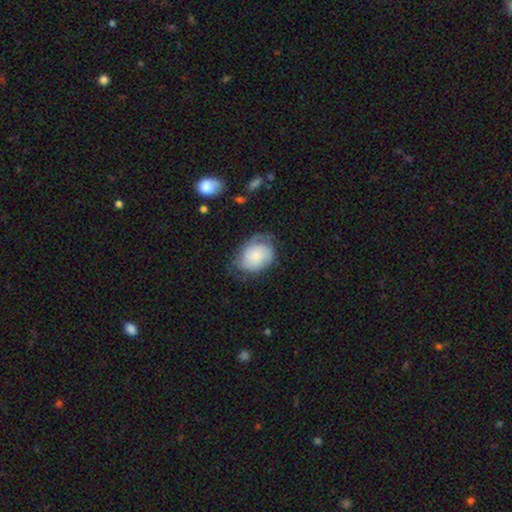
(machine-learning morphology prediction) Smooth or featured? Predicted: smooth (p=0.54). How rounded? Predicted: in between (p=0.64). Merging? Predicted: none (p=0.54).